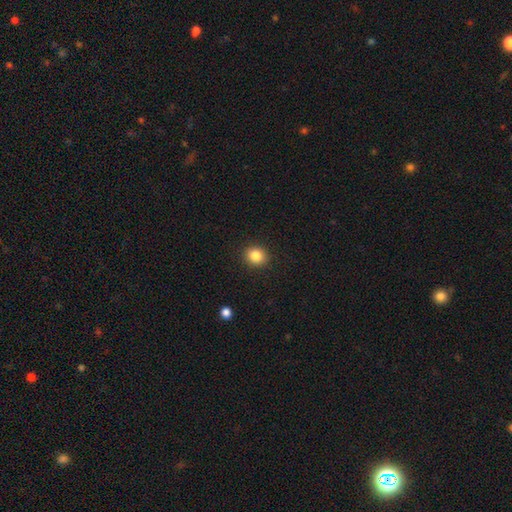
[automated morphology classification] The model was most divided on "how rounded": round: 83%, in between: 16%, cigar-shaped: 1%. More confident: merging — none (92%); smooth or featured — smooth (85%).